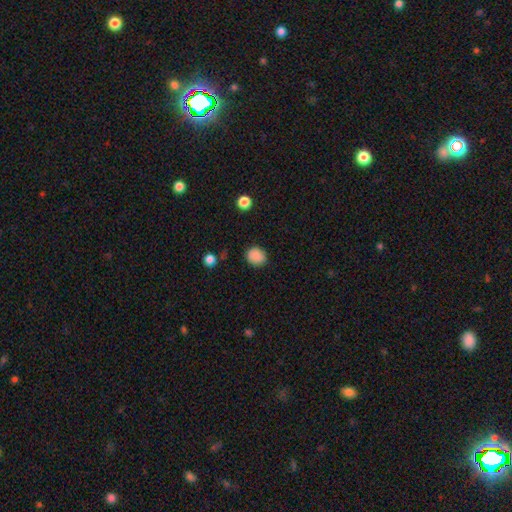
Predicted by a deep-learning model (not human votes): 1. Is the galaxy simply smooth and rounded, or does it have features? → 86% smooth, 9% star or artifact, 5% featured or disk.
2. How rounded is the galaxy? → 74% round, 25% in between, 1% cigar-shaped.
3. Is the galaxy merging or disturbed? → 85% none, 10% minor disturbance, 3% major disturbance, 1% merger.